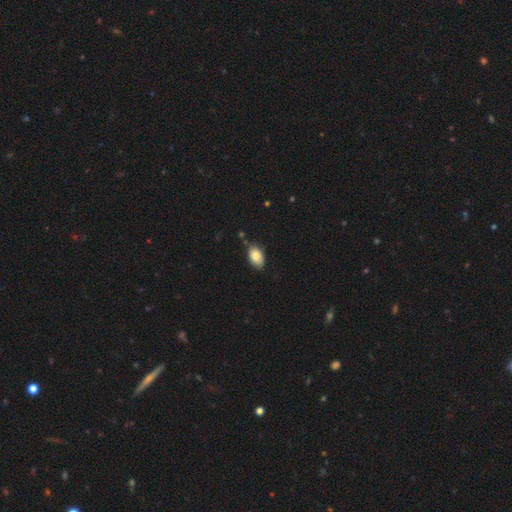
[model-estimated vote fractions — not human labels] smooth 82%, featured or disk 11%, star or artifact 7%. Down the decision tree: how rounded — in between (91%); merging — none (73%).